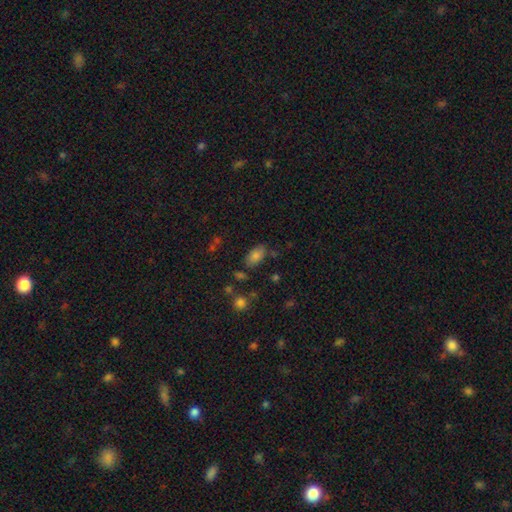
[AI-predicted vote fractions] Q: Smooth or featured?
A: smooth (81%); runner-up: star or artifact (10%)
Q: How rounded?
A: in between (92%); runner-up: round (5%)
Q: Merging?
A: none (74%); runner-up: minor disturbance (16%)